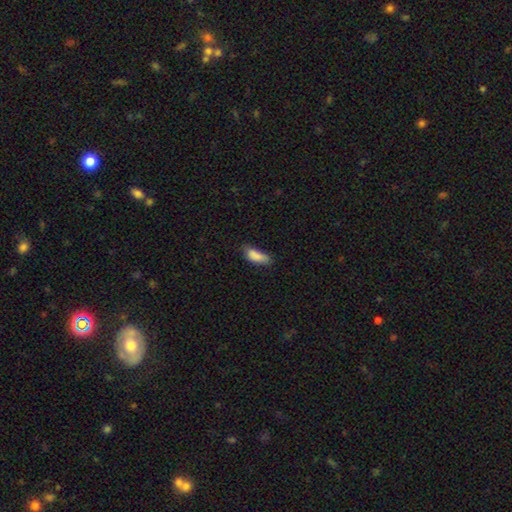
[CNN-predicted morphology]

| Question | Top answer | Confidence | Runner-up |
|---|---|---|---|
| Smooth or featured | smooth | 86% | star or artifact (8%) |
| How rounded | in between | 77% | cigar-shaped (21%) |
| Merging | none | 56% | minor disturbance (32%) |